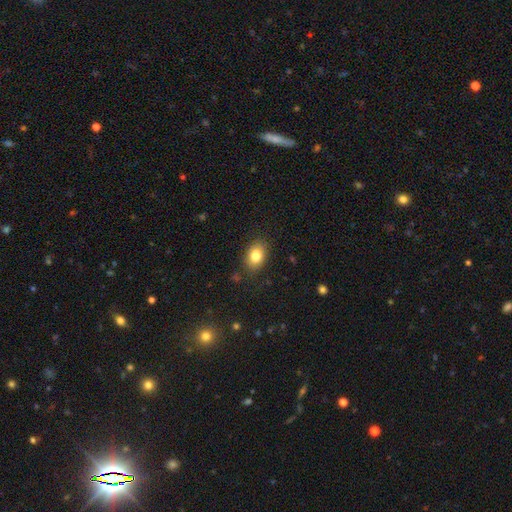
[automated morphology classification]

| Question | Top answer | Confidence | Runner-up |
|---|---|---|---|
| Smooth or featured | smooth | 82% | featured or disk (9%) |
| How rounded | in between | 79% | round (20%) |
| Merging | none | 84% | minor disturbance (12%) |